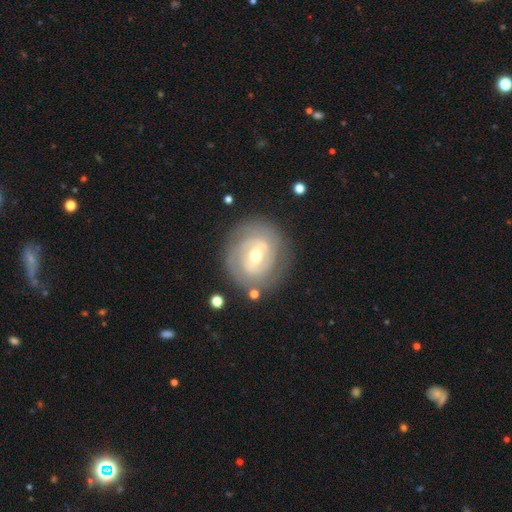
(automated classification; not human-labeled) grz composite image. It shows a featured or disk galaxy (74%) with a weak bar (46%), spiral arms (68%) and a moderate central bulge (58%). Merging: none (78%).